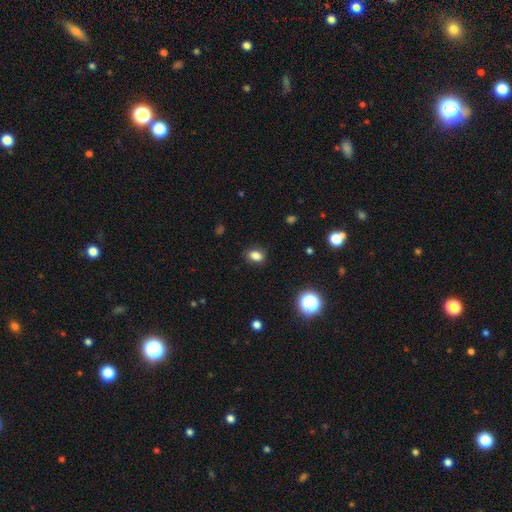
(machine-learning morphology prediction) Smooth or featured? smooth (82%)
How rounded? in between (75%)
Merging? none (83%)